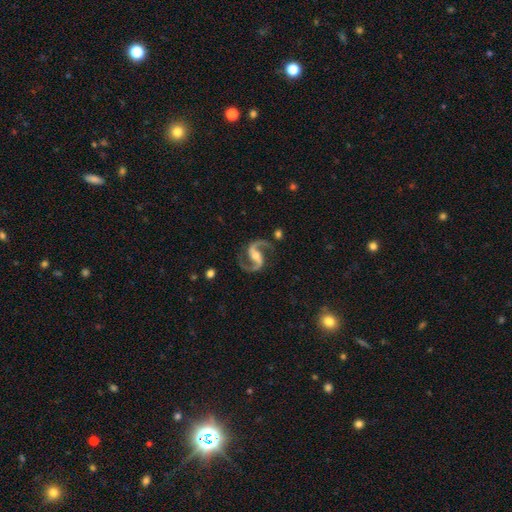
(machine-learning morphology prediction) type=featured or disk (94%); edge-on=no (98%); bar=strong (41%); spiral arms=yes (99%); winding=medium (61%); arm count=2 (95%); bulge=moderate (50%); merging=none (82%).